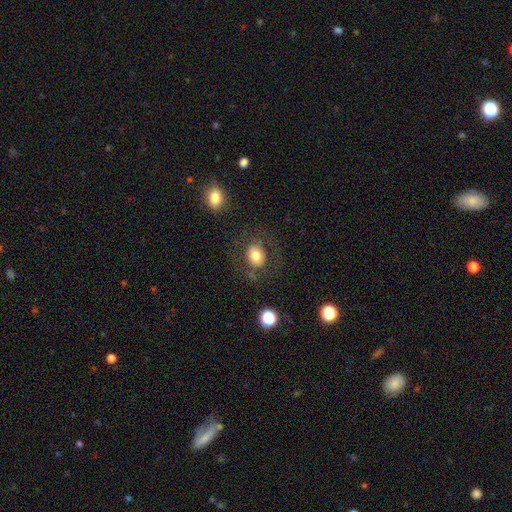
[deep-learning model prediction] smooth-or-featured: smooth: 73% | featured or disk: 17% | star or artifact: 10%
  how-rounded: round: 53% | in between: 46% | cigar-shaped: 1%
  merging: none: 73% | minor disturbance: 14% | major disturbance: 10% | merger: 3%